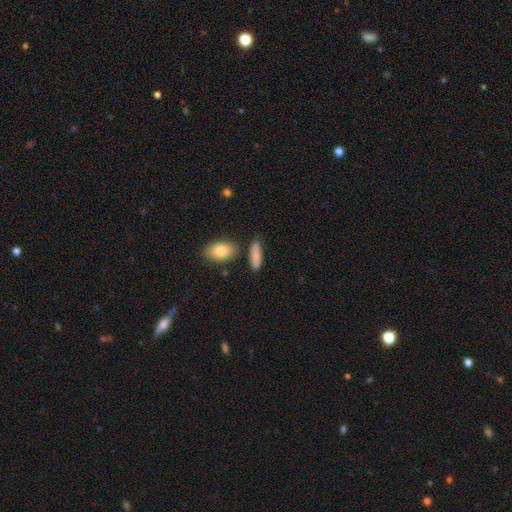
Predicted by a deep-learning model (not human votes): Smooth or featured? smooth (84%)
How rounded? in between (50%)
Merging? none (75%)